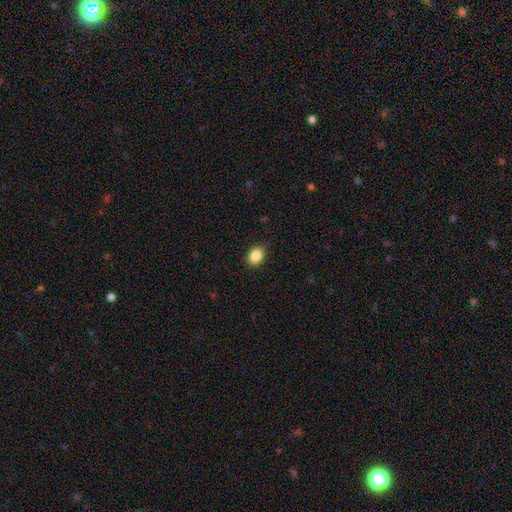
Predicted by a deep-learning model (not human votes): A smooth galaxy with no disk features (87%) that is in between round and cigar-shaped (76%). Merging: none (88%).